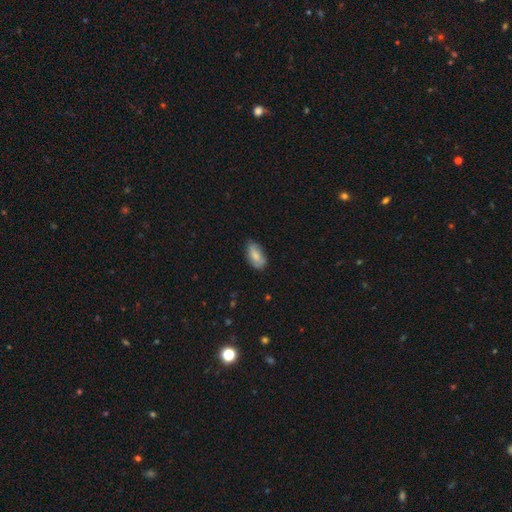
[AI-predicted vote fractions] smooth 74%, featured or disk 19%, star or artifact 7%. Down the decision tree: how rounded — in between (92%); merging — none (70%).